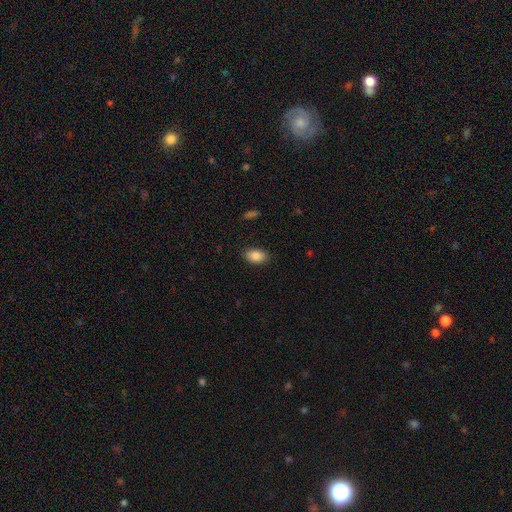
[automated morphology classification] Q: Smooth or featured?
A: smooth (86%); runner-up: star or artifact (7%)
Q: How rounded?
A: in between (91%); runner-up: round (8%)
Q: Merging?
A: none (87%); runner-up: minor disturbance (9%)